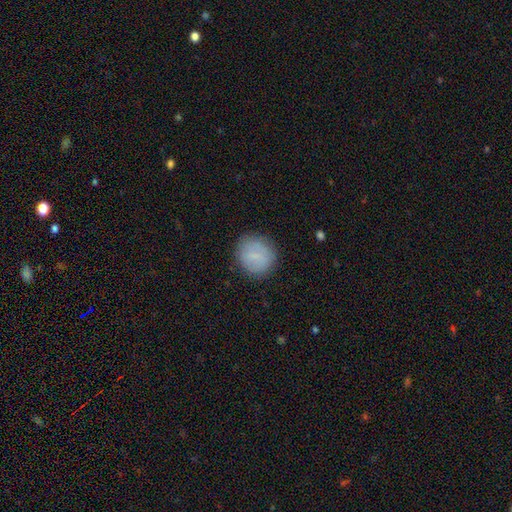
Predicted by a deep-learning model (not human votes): Smooth or featured? Predicted: smooth (p=0.78). How rounded? Predicted: round (p=0.87). Merging? Predicted: none (p=0.85).